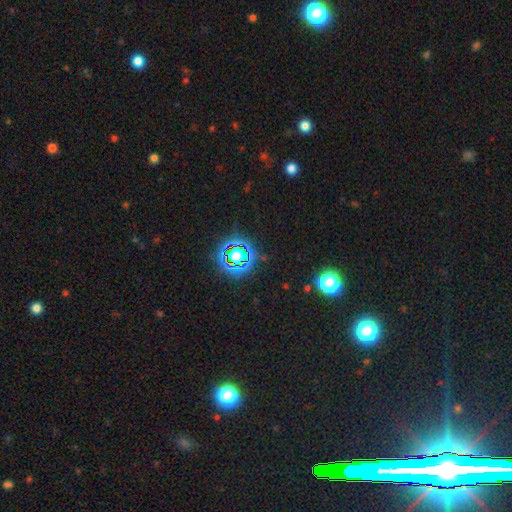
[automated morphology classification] This is likely a star or artifact rather than a galaxy (78%).